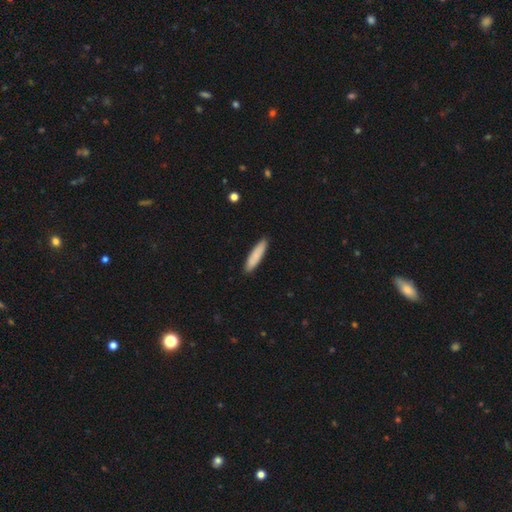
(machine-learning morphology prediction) Smooth or featured? smooth (86%)
How rounded? cigar-shaped (79%)
Merging? none (90%)